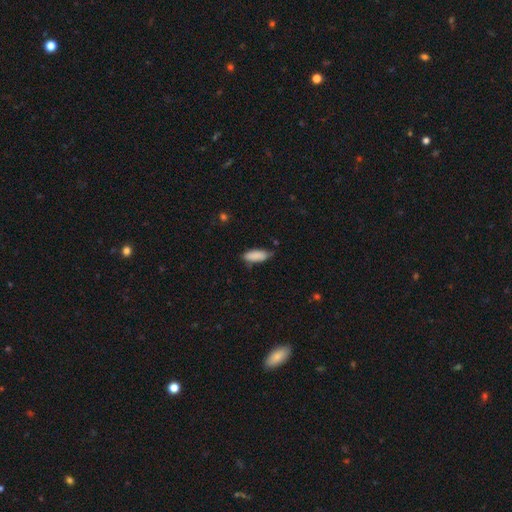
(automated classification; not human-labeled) Morphology: type=smooth (88%); roundness=in between (74%); merging=none (70%).